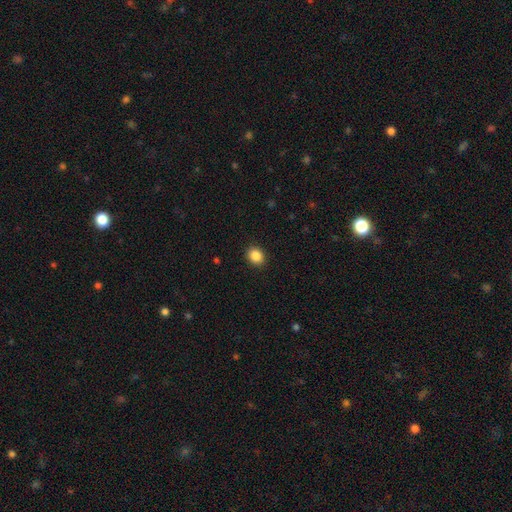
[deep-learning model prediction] This appears to be a smooth galaxy with no disk features (87%) that is round (55%). Merging: none (91%).